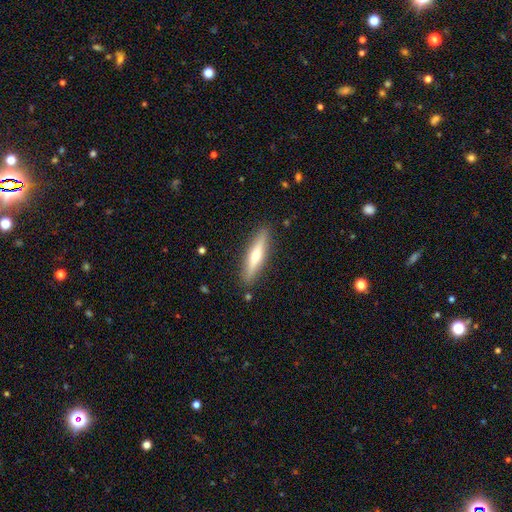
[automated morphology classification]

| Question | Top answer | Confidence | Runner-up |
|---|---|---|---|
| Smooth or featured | smooth | 51% | featured or disk (43%) |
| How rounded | cigar-shaped | 85% | in between (14%) |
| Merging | none | 88% | minor disturbance (9%) |